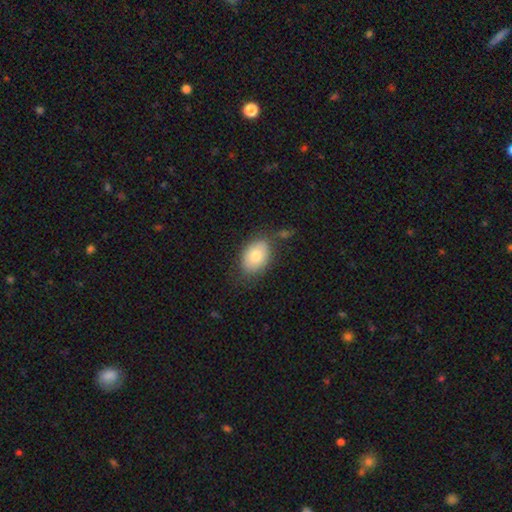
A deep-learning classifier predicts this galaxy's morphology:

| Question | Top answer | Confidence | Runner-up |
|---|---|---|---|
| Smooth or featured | smooth | 79% | featured or disk (14%) |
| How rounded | in between | 83% | round (15%) |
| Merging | none | 73% | minor disturbance (18%) |